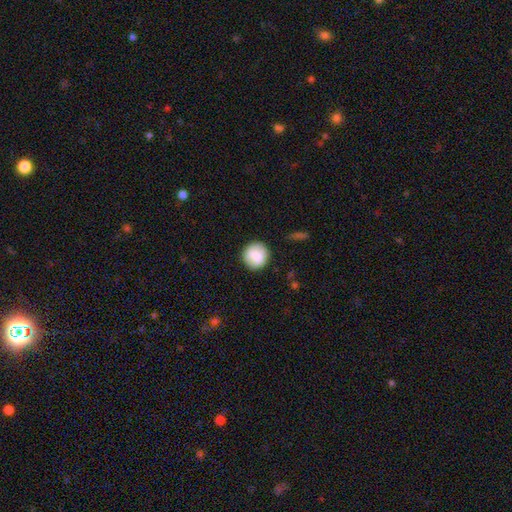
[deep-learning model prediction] Q: Smooth or featured?
A: smooth (79%); runner-up: featured or disk (14%)
Q: How rounded?
A: round (92%); runner-up: in between (7%)
Q: Merging?
A: none (88%); runner-up: minor disturbance (8%)